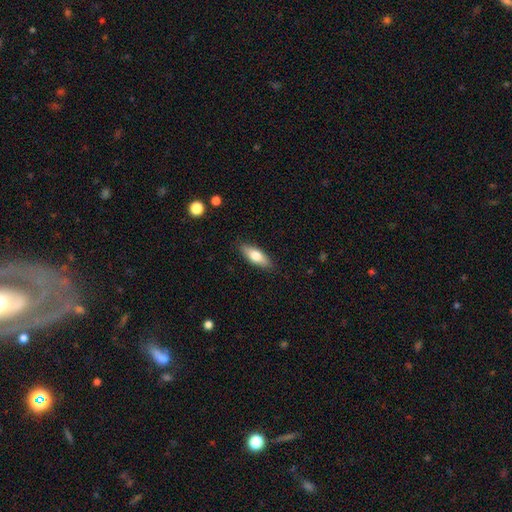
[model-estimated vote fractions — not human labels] Overall: smooth (69%). How rounded: in between (63%; cigar-shaped 35%). Merging: none (87%).